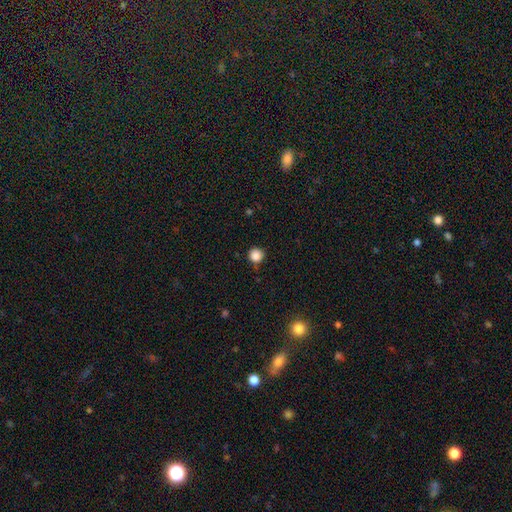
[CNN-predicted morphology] A smooth galaxy with no disk features (86%) that is round (94%).

Vote fractions:
- Smooth or featured? smooth: 86% / star or artifact: 11% / featured or disk: 3%
- How rounded? round: 94% / in between: 5% / cigar-shaped: 1%
- Merging? none: 86% / minor disturbance: 10% / major disturbance: 2% / merger: 2%